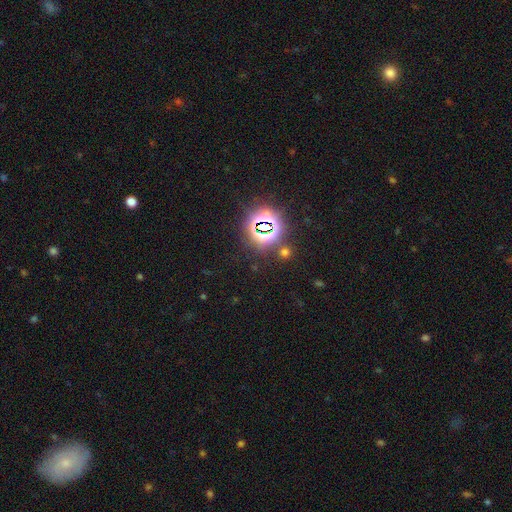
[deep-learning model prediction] smooth-or-featured: star or artifact: 82% | smooth: 11% | featured or disk: 7%